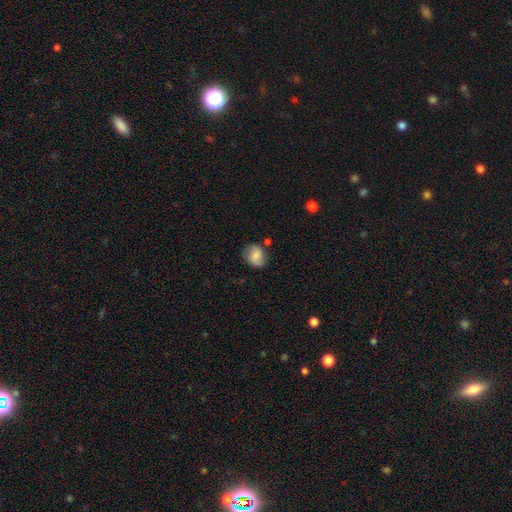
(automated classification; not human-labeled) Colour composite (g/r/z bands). It shows a smooth galaxy with no disk features (70%) that is round (57%). Merging: none (68%).